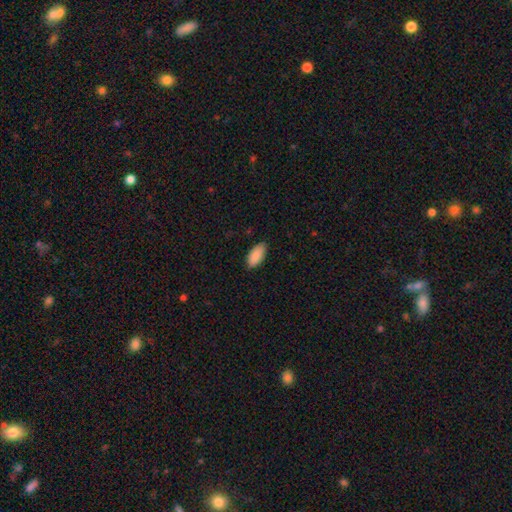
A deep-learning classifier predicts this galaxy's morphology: smooth-or-featured: smooth: 90% | star or artifact: 6% | featured or disk: 4%
  how-rounded: in between: 92% | cigar-shaped: 7% | round: 2%
  merging: none: 85% | minor disturbance: 12% | major disturbance: 2% | merger: 1%